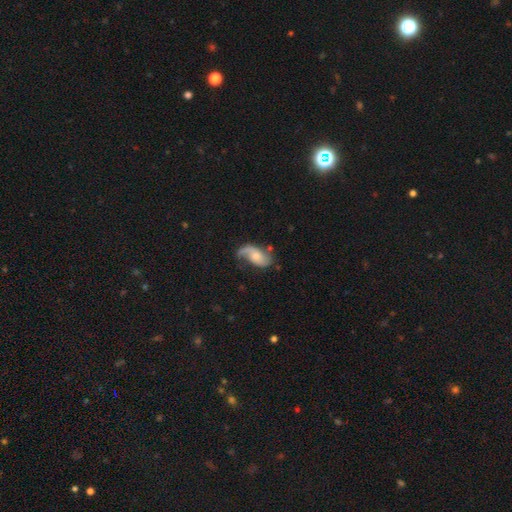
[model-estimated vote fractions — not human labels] Morphology: type=featured or disk (71%); edge-on=no (96%); bar=no (64%); spiral arms=yes (92%); winding=loose (58%); arm count=2 (61%); bulge=moderate (44%); merging=none (51%).